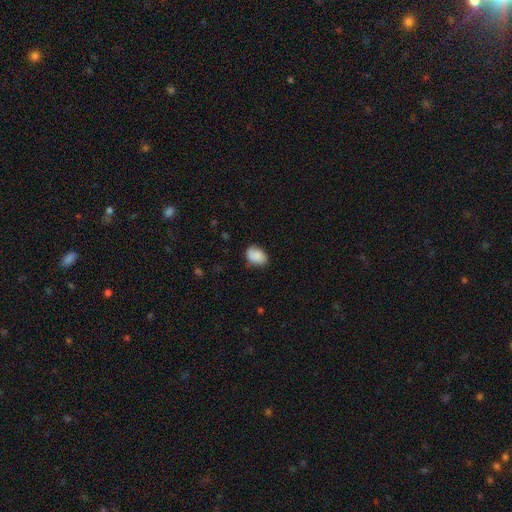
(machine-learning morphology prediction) The model was most divided on "merging": none: 73%, minor disturbance: 22%, major disturbance: 4%, merger: 2%. More confident: smooth or featured — smooth (84%); how rounded — in between (81%).